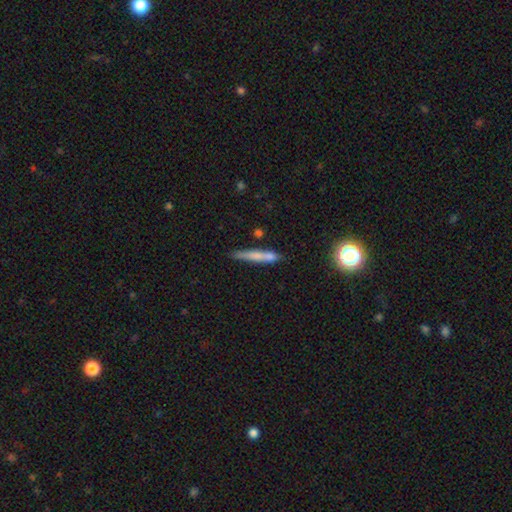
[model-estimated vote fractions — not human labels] Smooth or featured?
  - smooth: 57% *
  - featured or disk: 31%
  - star or artifact: 11%
How rounded?
  - cigar-shaped: 92% *
  - in between: 5%
  - round: 3%
Merging?
  - none: 71% *
  - minor disturbance: 15%
  - merger: 10%
  - major disturbance: 4%